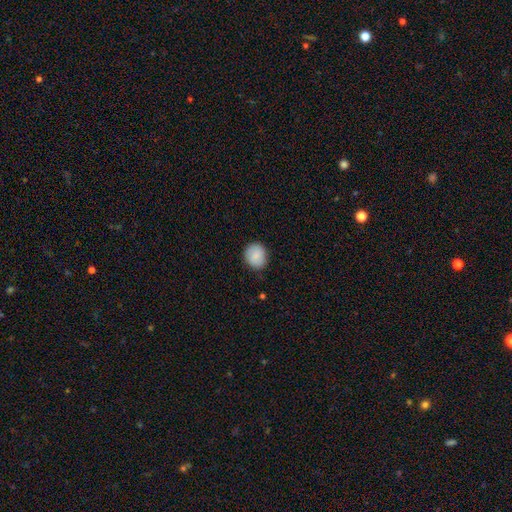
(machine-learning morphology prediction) smooth-or-featured: smooth: 88% | star or artifact: 7% | featured or disk: 5%
  how-rounded: round: 83% | in between: 16% | cigar-shaped: 1%
  merging: none: 87% | minor disturbance: 9% | major disturbance: 2% | merger: 1%